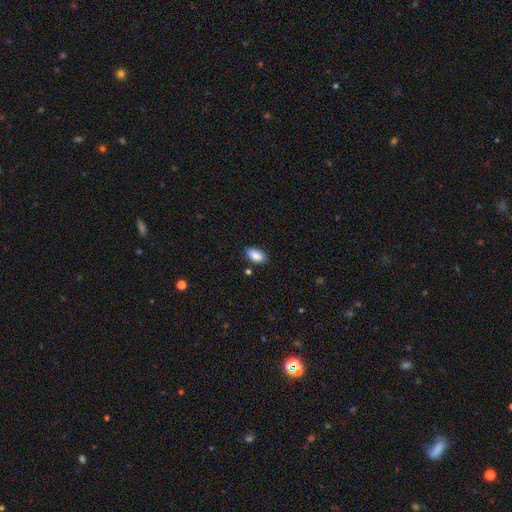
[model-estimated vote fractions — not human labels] smooth-or-featured: smooth: 88% | star or artifact: 7% | featured or disk: 5%
  how-rounded: in between: 93% | cigar-shaped: 4% | round: 4%
  merging: none: 83% | minor disturbance: 13% | major disturbance: 2% | merger: 2%